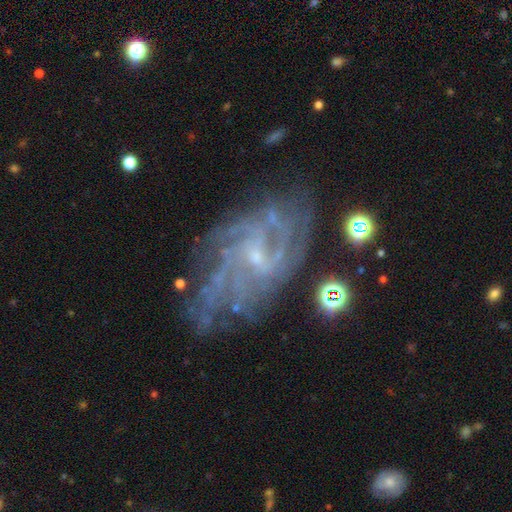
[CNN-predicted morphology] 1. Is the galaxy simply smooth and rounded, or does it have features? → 84% featured or disk, 9% star or artifact, 6% smooth.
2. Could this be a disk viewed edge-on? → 97% no, 3% yes.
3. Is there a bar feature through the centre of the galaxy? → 47% weak, 41% no, 11% strong.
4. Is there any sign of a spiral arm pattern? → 94% yes, 6% no.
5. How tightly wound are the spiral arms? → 48% tight, 38% medium, 13% loose.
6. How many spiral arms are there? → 36% can't tell, 19% 4, 13% more than 4, 12% 3, 12% 2, 8% 1.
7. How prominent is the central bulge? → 78% small, 13% moderate, 7% none, 1% large, 1% dominant.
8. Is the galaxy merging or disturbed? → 68% none, 18% minor disturbance, 11% major disturbance, 3% merger.